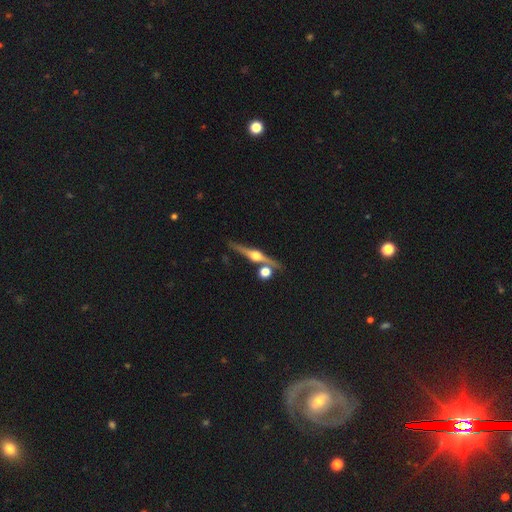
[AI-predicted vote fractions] A featured or disk galaxy (84%) viewed edge-on (97%) with a rounded central bulge (96%).

Vote fractions:
- Smooth or featured? featured or disk: 84% / smooth: 10% / star or artifact: 6%
- Edge-on disk? yes: 97% / no: 3%
- Edge-on bulge? rounded: 96% / boxy: 2% / none: 2%
- Merging? none: 81% / merger: 9% / minor disturbance: 8% / major disturbance: 2%